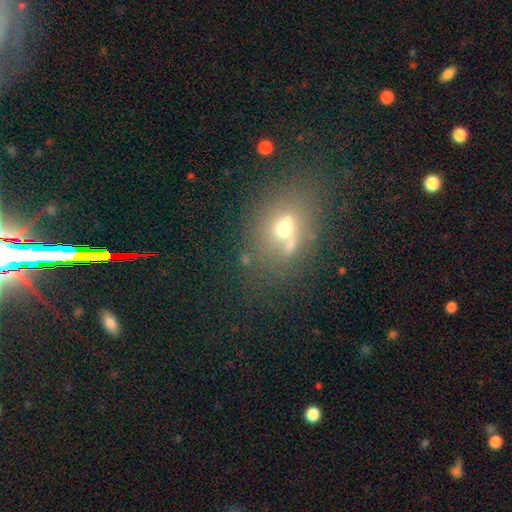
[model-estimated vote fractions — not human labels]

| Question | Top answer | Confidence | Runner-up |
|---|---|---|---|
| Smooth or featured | smooth | 51% | star or artifact (30%) |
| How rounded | in between | 53% | round (45%) |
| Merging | none | 60% | merger (21%) |